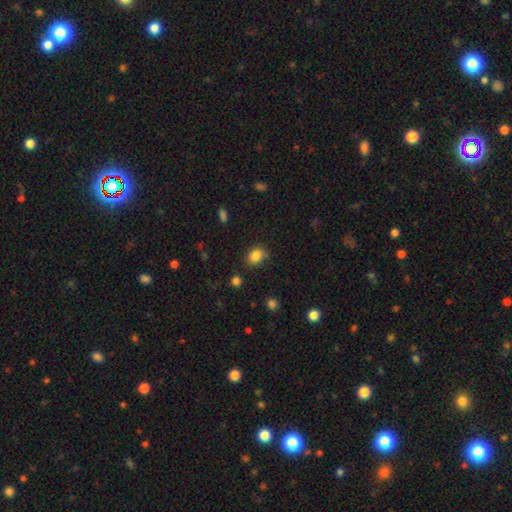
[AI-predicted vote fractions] Smooth or featured? Predicted: smooth (p=0.84). How rounded? Predicted: in between (p=0.62). Merging? Predicted: none (p=0.75).